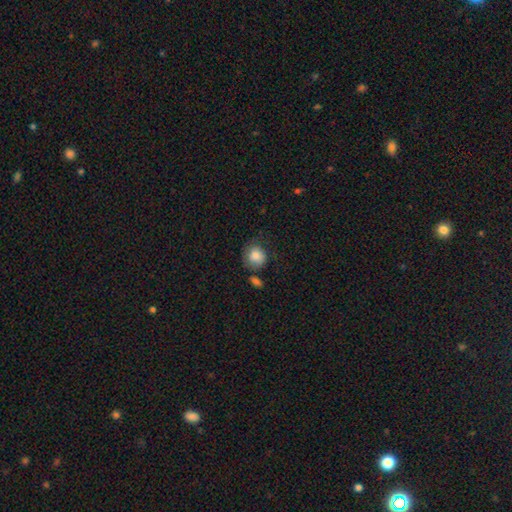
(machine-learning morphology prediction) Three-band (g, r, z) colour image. It shows a smooth galaxy with no disk features (84%) that is round (81%). Merging: none (57%).